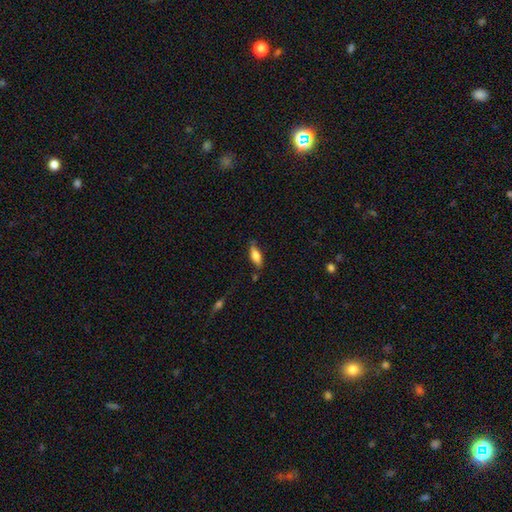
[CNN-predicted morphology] A smooth galaxy with no disk features (67%) that is in between round and cigar-shaped (60%).

Vote fractions:
- Smooth or featured? smooth: 67% / featured or disk: 26% / star or artifact: 7%
- How rounded? in between: 60% / cigar-shaped: 37% / round: 2%
- Merging? none: 75% / minor disturbance: 18% / major disturbance: 4% / merger: 3%